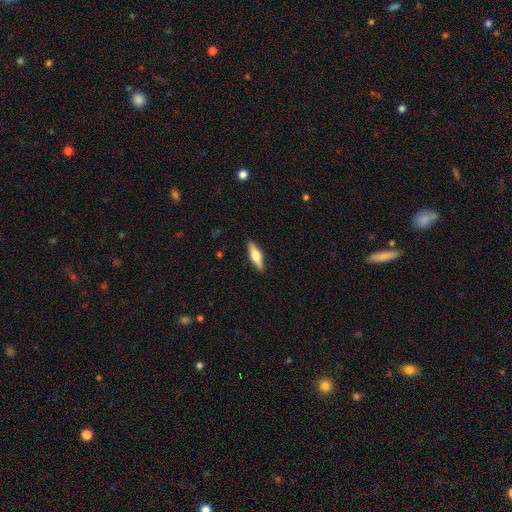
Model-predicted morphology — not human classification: Smooth or featured? smooth (48%)
Merging? none (90%)